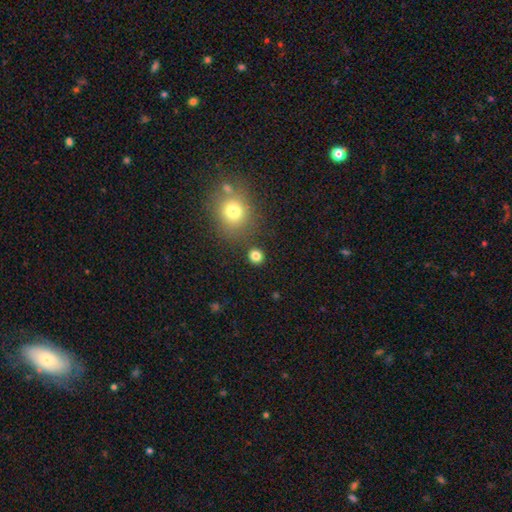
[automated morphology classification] type=smooth (82%); roundness=round (88%); merging=none (86%).